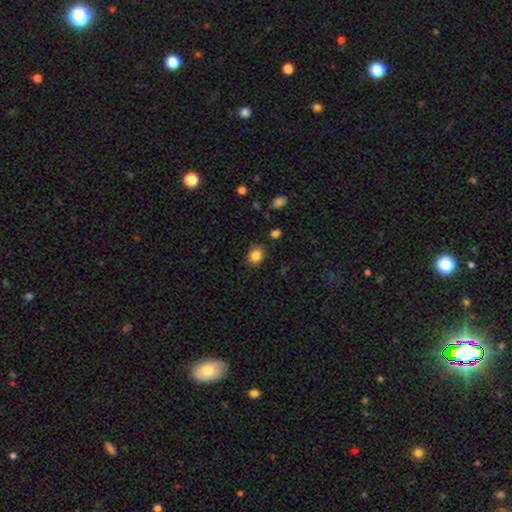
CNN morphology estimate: Q: Smooth or featured?
A: smooth (85%); runner-up: star or artifact (10%)
Q: How rounded?
A: round (65%); runner-up: in between (34%)
Q: Merging?
A: none (83%); runner-up: minor disturbance (12%)